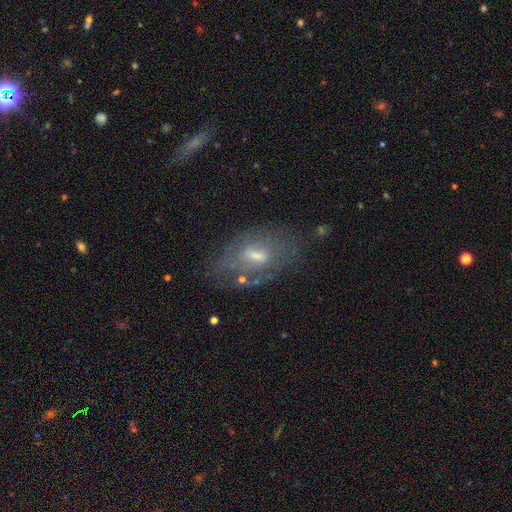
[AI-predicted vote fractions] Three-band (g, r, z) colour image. It shows a featured or disk galaxy (53%). Merging: none (62%).